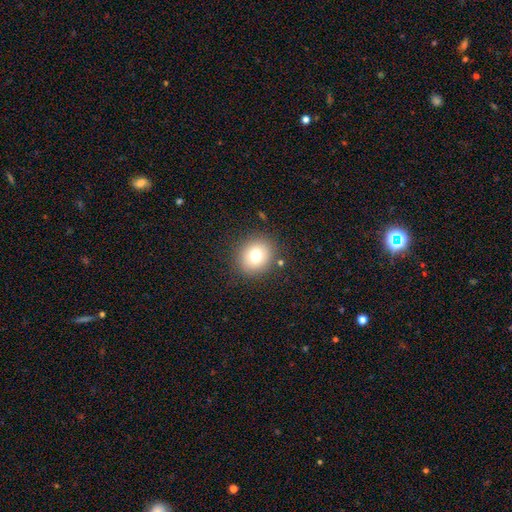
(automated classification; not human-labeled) This appears to be a smooth galaxy with no disk features (74%) that is round (74%). Merging: none (85%).